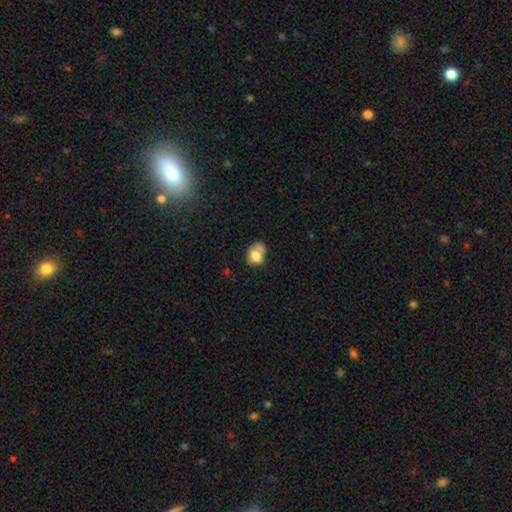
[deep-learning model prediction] This is likely a smooth galaxy (70%). How rounded: possibly in between (57%). Merging: marginally none (34%).